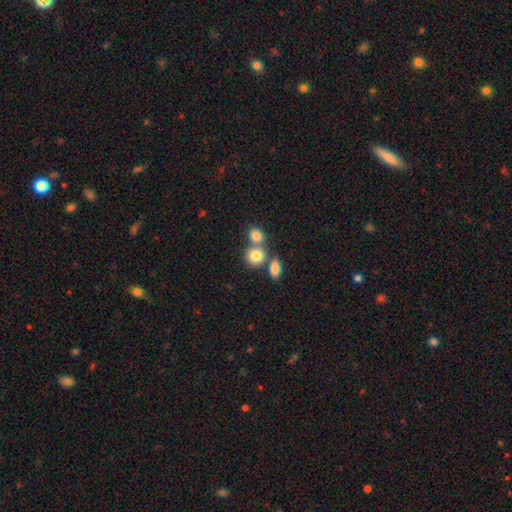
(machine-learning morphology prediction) Smooth or featured?
  - smooth: 82% *
  - star or artifact: 10%
  - featured or disk: 9%
How rounded?
  - round: 72% *
  - in between: 27%
  - cigar-shaped: 1%
Merging?
  - none: 49% *
  - merger: 39%
  - minor disturbance: 9%
  - major disturbance: 3%